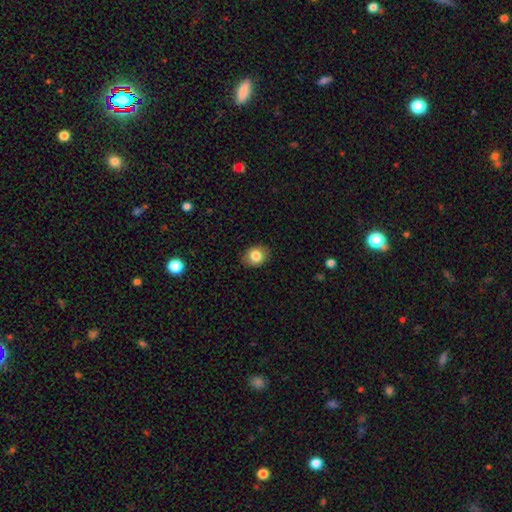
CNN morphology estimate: type=smooth (83%); roundness=in between (53%); merging=none (88%).